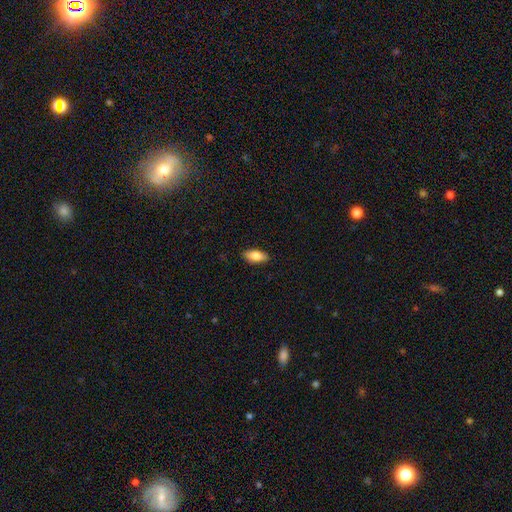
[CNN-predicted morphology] A smooth galaxy with no disk features (81%) that is in between round and cigar-shaped (86%).

Vote fractions:
- Smooth or featured? smooth: 81% / featured or disk: 13% / star or artifact: 7%
- How rounded? in between: 86% / cigar-shaped: 11% / round: 3%
- Merging? none: 87% / minor disturbance: 10% / major disturbance: 2% / merger: 1%